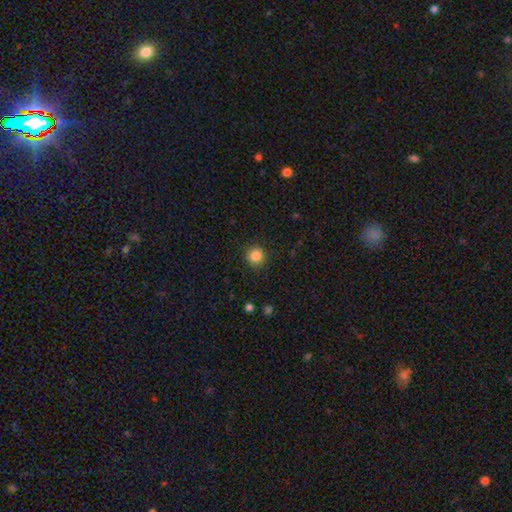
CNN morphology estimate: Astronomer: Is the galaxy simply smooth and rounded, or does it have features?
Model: smooth — 85%.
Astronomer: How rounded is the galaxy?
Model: round — 93%.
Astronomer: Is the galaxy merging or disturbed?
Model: none — 89%.